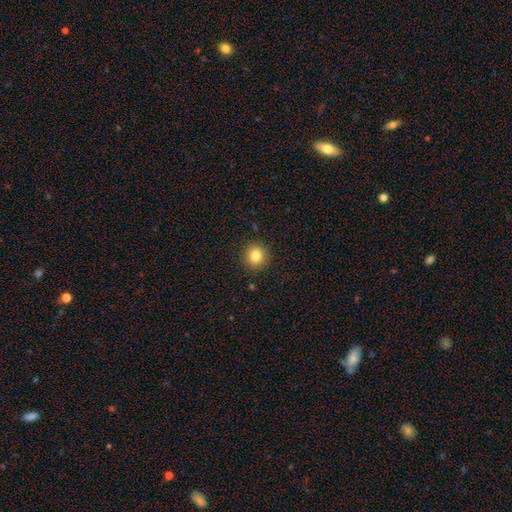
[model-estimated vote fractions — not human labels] Smooth or featured? smooth (83%)
How rounded? round (91%)
Merging? none (91%)